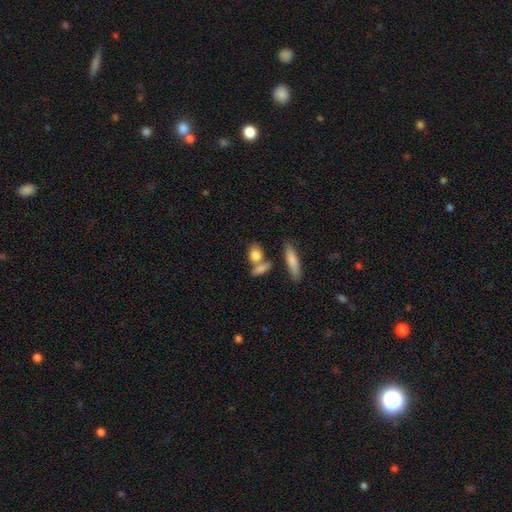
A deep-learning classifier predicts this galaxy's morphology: A smooth galaxy with no disk features (80%) that is in between round and cigar-shaped (52%).

Vote fractions:
- Smooth or featured? smooth: 80% / featured or disk: 13% / star or artifact: 8%
- How rounded? in between: 52% / round: 35% / cigar-shaped: 13%
- Merging? none: 51% / merger: 32% / minor disturbance: 12% / major disturbance: 5%